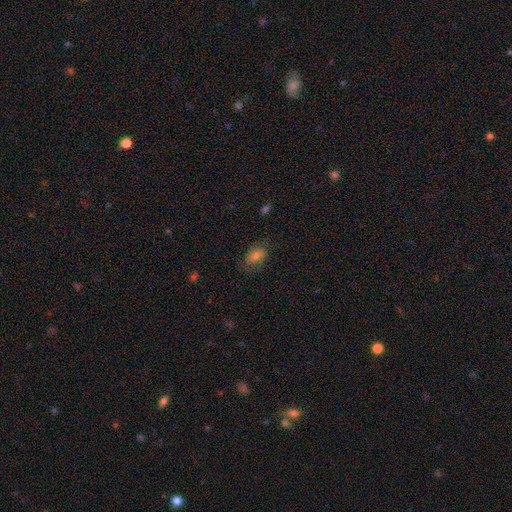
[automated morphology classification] smooth-or-featured: smooth: 62% | featured or disk: 24% | star or artifact: 14%
  how-rounded: in between: 85% | round: 12% | cigar-shaped: 2%
  merging: none: 70% | minor disturbance: 19% | major disturbance: 10% | merger: 1%